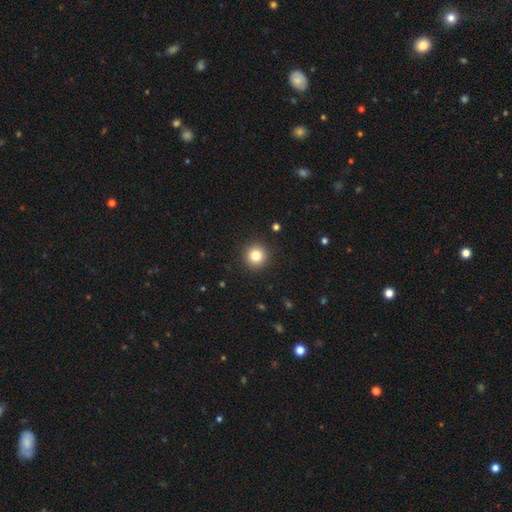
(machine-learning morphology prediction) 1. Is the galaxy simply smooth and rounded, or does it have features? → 82% smooth, 11% star or artifact, 7% featured or disk.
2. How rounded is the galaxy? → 95% round, 4% in between, 1% cigar-shaped.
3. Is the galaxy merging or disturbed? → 92% none, 5% minor disturbance, 2% major disturbance, 1% merger.